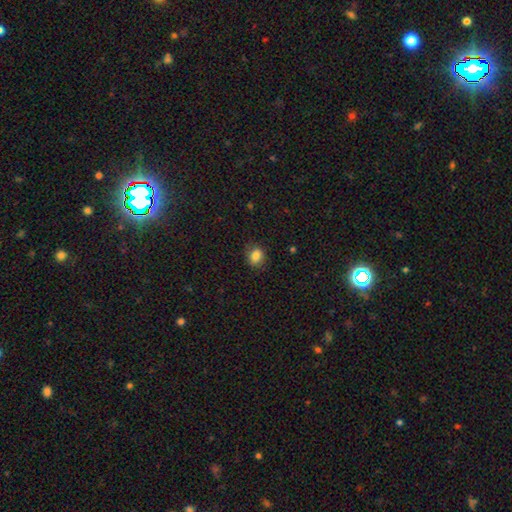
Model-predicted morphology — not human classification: A smooth galaxy with no disk features (84%) that is round (63%).

Vote fractions:
- Smooth or featured? smooth: 84% / star or artifact: 11% / featured or disk: 6%
- How rounded? round: 63% / in between: 36% / cigar-shaped: 1%
- Merging? none: 83% / minor disturbance: 13% / major disturbance: 3% / merger: 1%